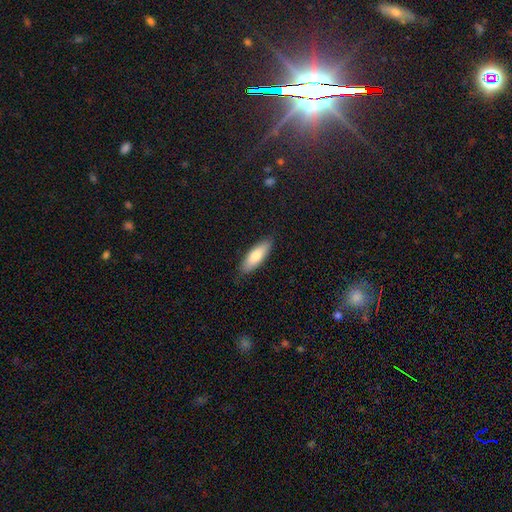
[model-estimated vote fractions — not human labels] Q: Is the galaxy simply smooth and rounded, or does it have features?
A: smooth — 75%.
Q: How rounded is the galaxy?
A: in between — 61%.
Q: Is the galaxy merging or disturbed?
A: none — 86%.